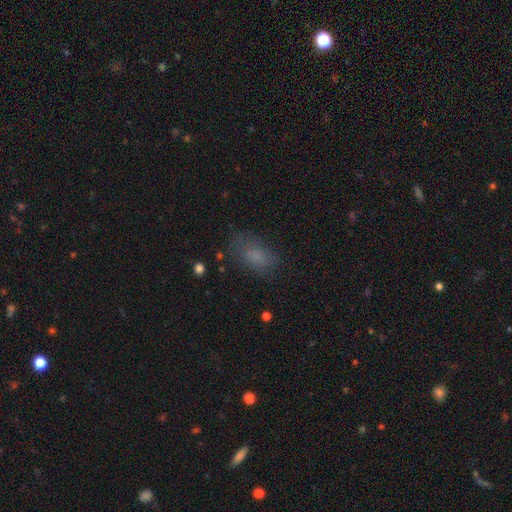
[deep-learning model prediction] smooth 74%, star or artifact 14%, featured or disk 12%. Down the decision tree: how rounded — in between (86%); merging — none (67%).